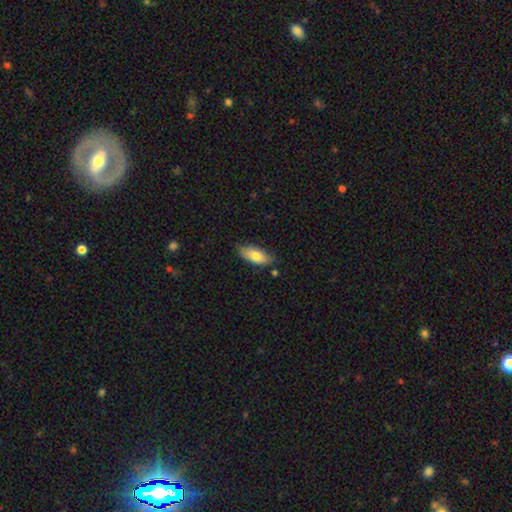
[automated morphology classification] smooth_or_featured: smooth (p=0.77) [alt: featured or disk p=0.17]
how_rounded: in between (p=0.86) [alt: cigar-shaped p=0.11]
merging: none (p=0.77) [alt: minor disturbance p=0.18]